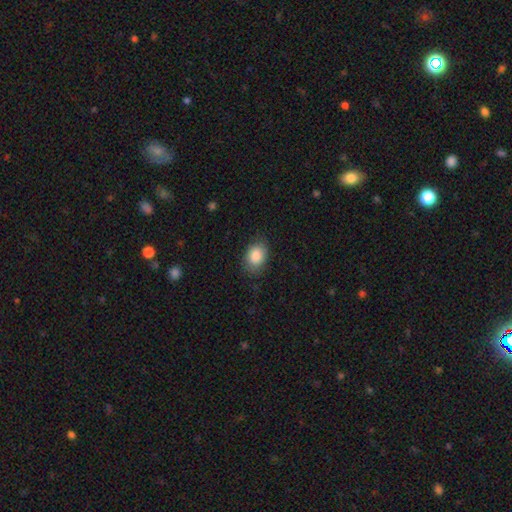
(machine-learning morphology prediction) smooth-or-featured: smooth: 86% | star or artifact: 8% | featured or disk: 7%
  how-rounded: in between: 76% | round: 23% | cigar-shaped: 1%
  merging: none: 78% | minor disturbance: 16% | major disturbance: 4% | merger: 1%